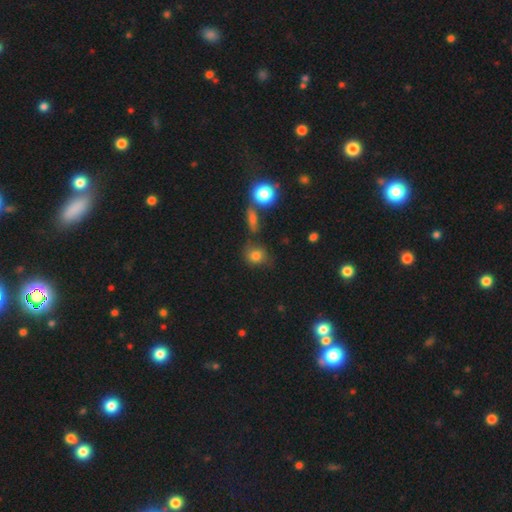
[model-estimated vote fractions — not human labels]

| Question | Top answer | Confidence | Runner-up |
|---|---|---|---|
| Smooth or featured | smooth | 78% | star or artifact (12%) |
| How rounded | round | 72% | in between (26%) |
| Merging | none | 64% | minor disturbance (19%) |